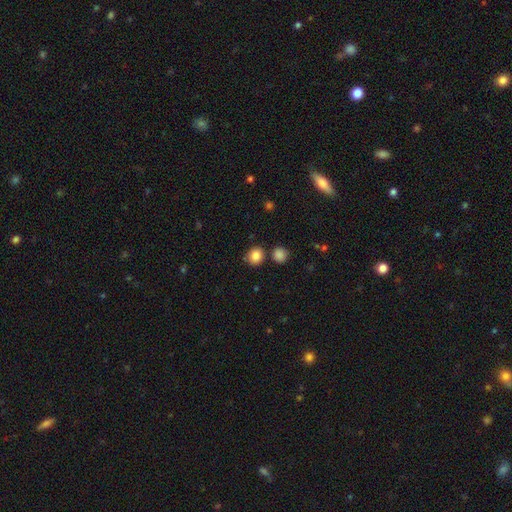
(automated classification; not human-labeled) Overall: smooth (85%). How rounded: round (79%). Merging: none (77%).